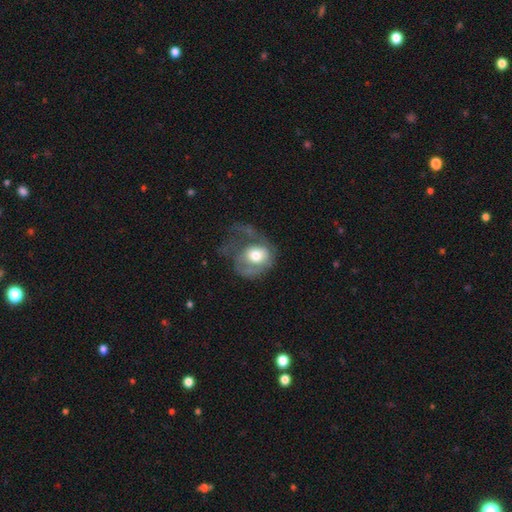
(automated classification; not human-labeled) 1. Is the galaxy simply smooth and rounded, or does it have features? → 51% smooth, 41% featured or disk, 7% star or artifact.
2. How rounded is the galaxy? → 57% round, 42% in between, 1% cigar-shaped.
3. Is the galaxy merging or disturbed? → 60% major disturbance, 19% minor disturbance, 18% none, 3% merger.